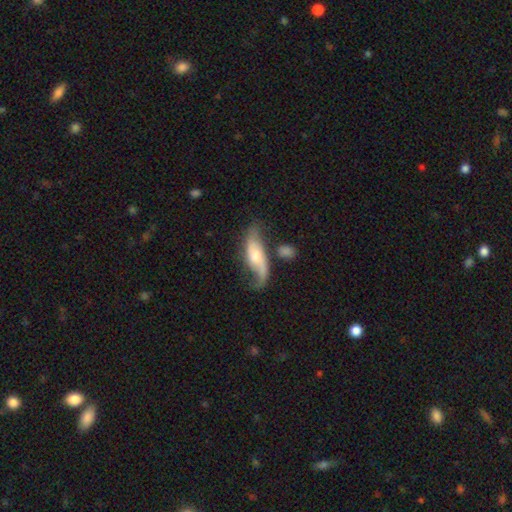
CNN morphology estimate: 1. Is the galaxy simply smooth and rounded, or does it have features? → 71% featured or disk, 23% smooth, 6% star or artifact.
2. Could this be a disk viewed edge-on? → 84% no, 16% yes.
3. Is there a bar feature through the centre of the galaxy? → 57% no, 32% weak, 11% strong.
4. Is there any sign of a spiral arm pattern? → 90% yes, 10% no.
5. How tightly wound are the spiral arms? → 73% loose, 20% medium, 7% tight.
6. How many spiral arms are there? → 76% 2, 15% 1, 6% can't tell, 1% 3, 1% 4, 1% more than 4.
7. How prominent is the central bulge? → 58% moderate, 28% small, 9% large, 3% none, 2% dominant.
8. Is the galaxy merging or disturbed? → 48% none, 24% minor disturbance, 18% major disturbance, 11% merger.